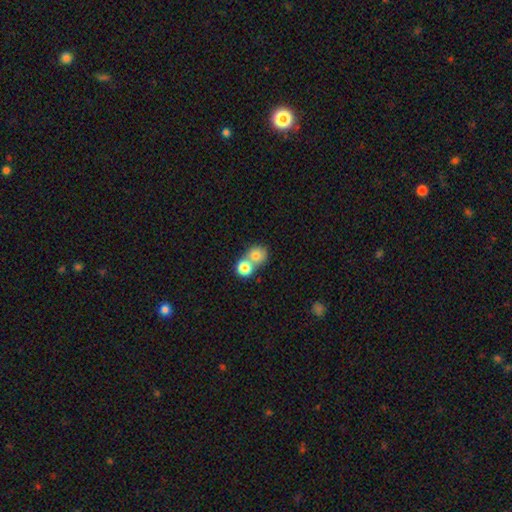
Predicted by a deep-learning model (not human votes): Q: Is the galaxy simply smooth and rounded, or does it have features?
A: smooth — 78%.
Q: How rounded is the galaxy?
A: round — 80%.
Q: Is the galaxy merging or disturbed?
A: merger — 59%.